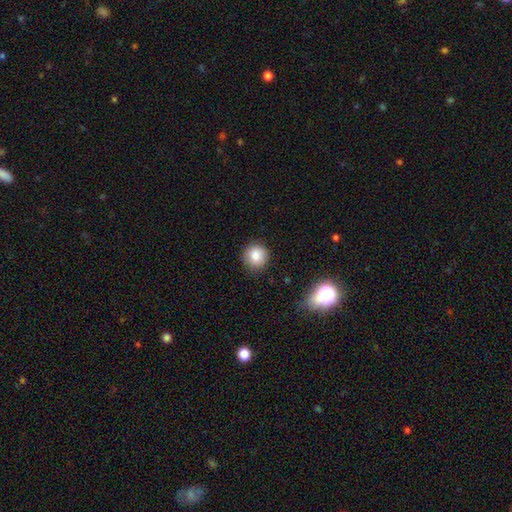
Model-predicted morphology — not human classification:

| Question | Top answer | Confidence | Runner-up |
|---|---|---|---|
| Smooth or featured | smooth | 82% | star or artifact (10%) |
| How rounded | round | 93% | in between (6%) |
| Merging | none | 89% | minor disturbance (8%) |